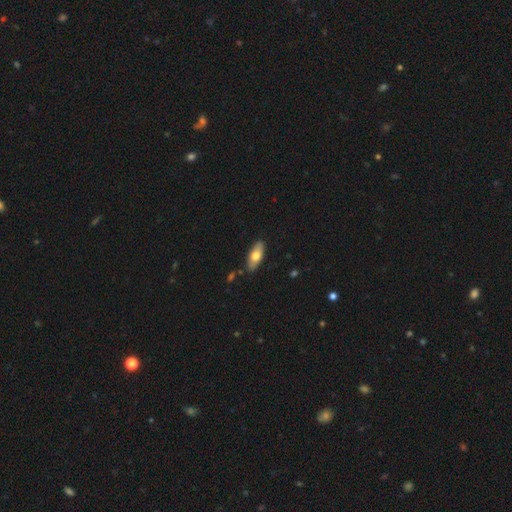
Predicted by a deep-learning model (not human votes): Overall: smooth (68%). How rounded: in between (77%). Merging: none (85%).